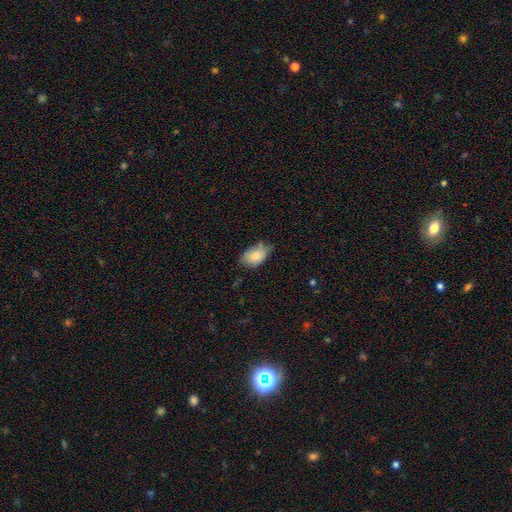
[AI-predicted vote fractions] Q: Smooth or featured?
A: smooth (82%); runner-up: featured or disk (11%)
Q: How rounded?
A: in between (91%); runner-up: round (8%)
Q: Merging?
A: none (58%); runner-up: minor disturbance (34%)